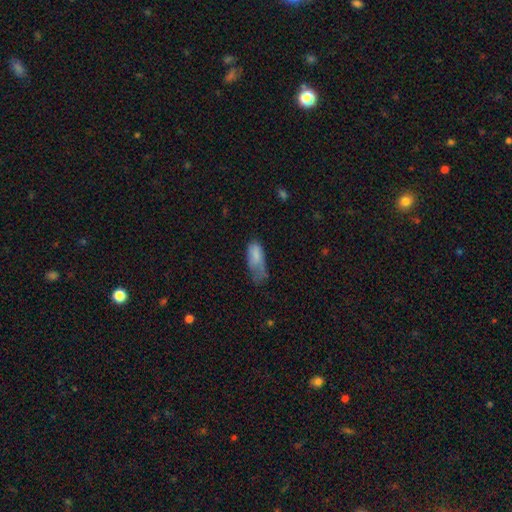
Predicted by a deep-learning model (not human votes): The model was most divided on "merging": major disturbance: 39%, minor disturbance: 36%, none: 20%, merger: 4%. More confident: how rounded — in between (85%); smooth or featured — smooth (77%).